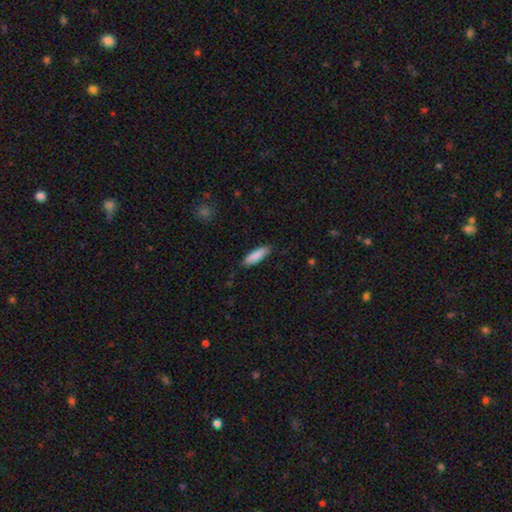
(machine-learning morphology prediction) This is clearly a smooth galaxy (89%). How rounded: possibly cigar-shaped (52%). Merging: clearly none (86%).